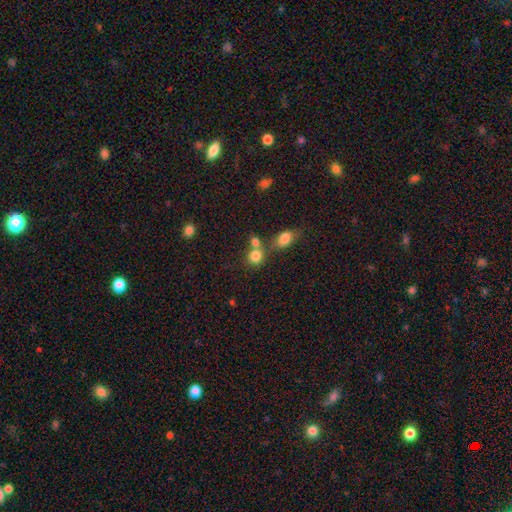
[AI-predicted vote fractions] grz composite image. It shows a smooth galaxy with no disk features (81%) that is round (77%). Merging: none (48%).